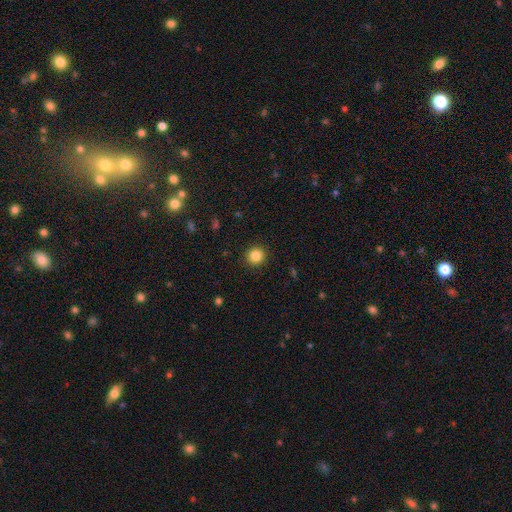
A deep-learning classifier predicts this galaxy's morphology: smooth-or-featured: smooth: 85% | star or artifact: 11% | featured or disk: 5%
  how-rounded: round: 93% | in between: 6% | cigar-shaped: 1%
  merging: none: 92% | minor disturbance: 5% | major disturbance: 2% | merger: 1%